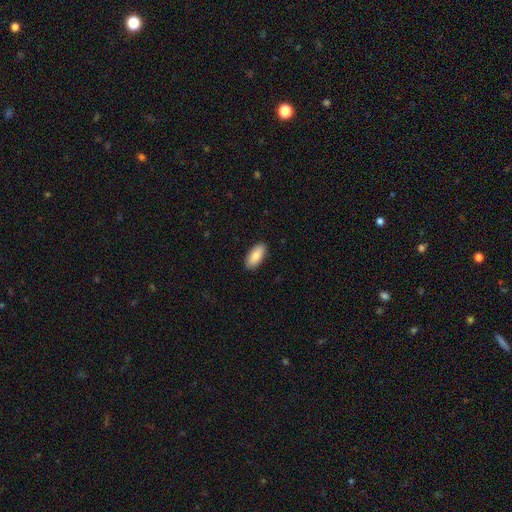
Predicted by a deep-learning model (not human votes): Smooth or featured?
  - smooth: 86% *
  - featured or disk: 8%
  - star or artifact: 6%
How rounded?
  - in between: 89% *
  - cigar-shaped: 9%
  - round: 2%
Merging?
  - none: 89% *
  - minor disturbance: 8%
  - major disturbance: 2%
  - merger: 1%